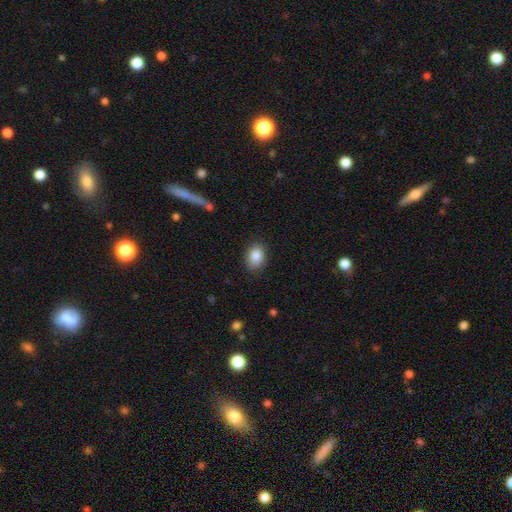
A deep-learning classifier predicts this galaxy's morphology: Smooth or featured?
  - smooth: 87% *
  - star or artifact: 8%
  - featured or disk: 5%
How rounded?
  - in between: 74% *
  - round: 25%
  - cigar-shaped: 1%
Merging?
  - none: 85% *
  - minor disturbance: 11%
  - major disturbance: 3%
  - merger: 1%